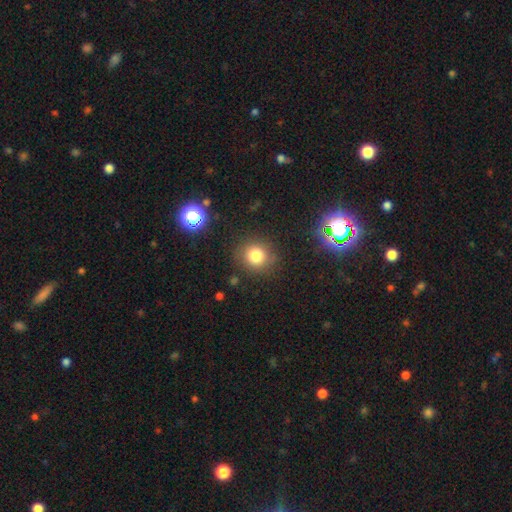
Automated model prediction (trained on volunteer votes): This is likely a smooth galaxy (79%). How rounded: clearly round (86%). Merging: clearly none (84%).